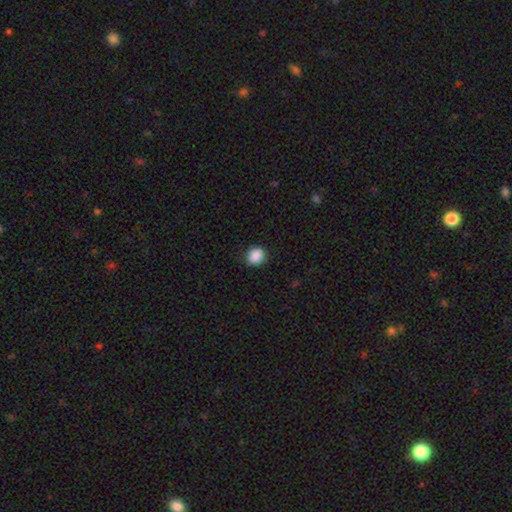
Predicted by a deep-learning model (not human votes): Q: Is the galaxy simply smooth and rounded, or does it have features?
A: smooth — 88%.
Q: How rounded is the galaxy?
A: round — 73%.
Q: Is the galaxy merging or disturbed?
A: none — 86%.